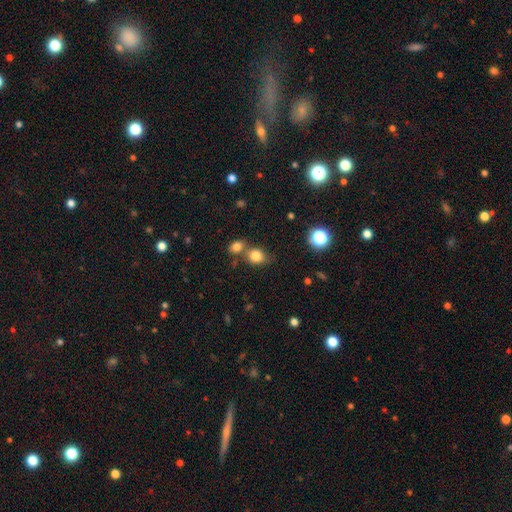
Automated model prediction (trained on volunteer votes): Smooth or featured? Predicted: smooth (p=0.81). How rounded? Predicted: round (p=0.60). Merging? Predicted: none (p=0.54).